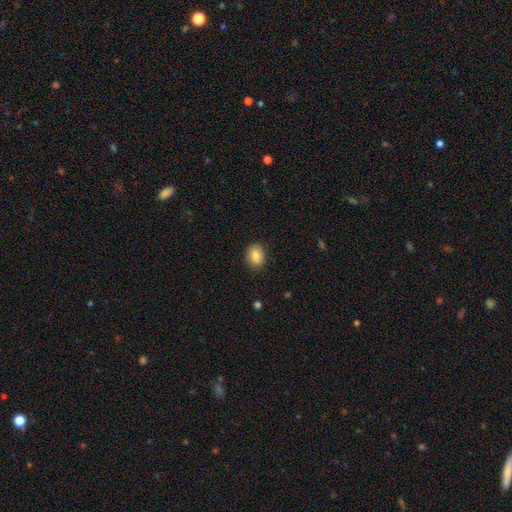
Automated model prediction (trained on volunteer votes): smooth-or-featured: smooth: 84% | star or artifact: 8% | featured or disk: 8%
  how-rounded: in between: 60% | round: 39% | cigar-shaped: 1%
  merging: none: 87% | minor disturbance: 10% | major disturbance: 2% | merger: 1%